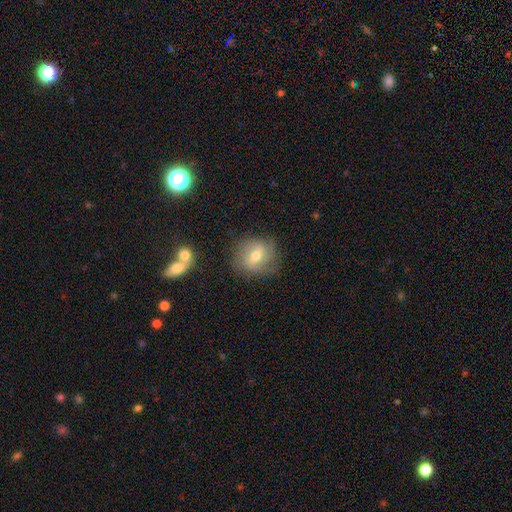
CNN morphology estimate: Smooth or featured? Predicted: smooth (p=0.49). Merging? Predicted: none (p=0.71).